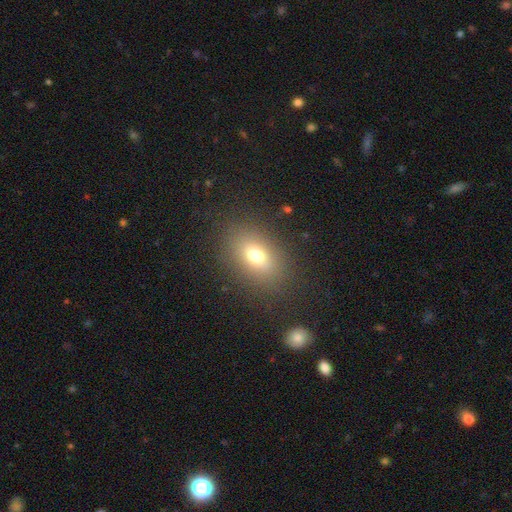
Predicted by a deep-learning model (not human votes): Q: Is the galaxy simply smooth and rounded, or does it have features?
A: smooth — 73%.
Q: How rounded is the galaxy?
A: in between — 79%.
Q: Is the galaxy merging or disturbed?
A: none — 84%.